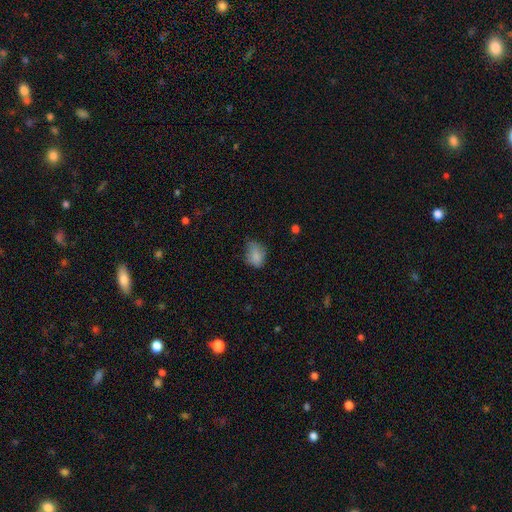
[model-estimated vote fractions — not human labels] smooth-or-featured: smooth: 82% | star or artifact: 10% | featured or disk: 8%
  how-rounded: in between: 73% | round: 26% | cigar-shaped: 1%
  merging: none: 48% | minor disturbance: 38% | major disturbance: 13% | merger: 2%